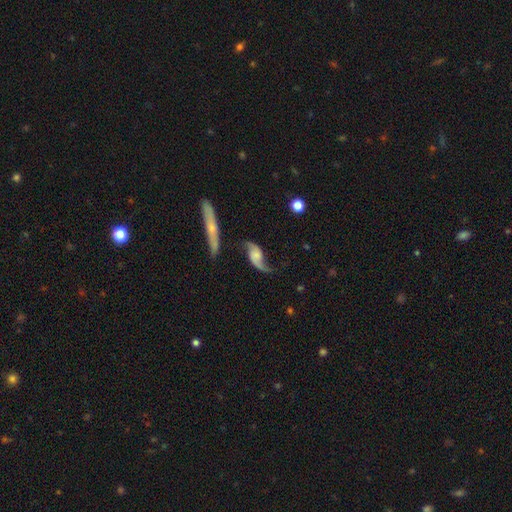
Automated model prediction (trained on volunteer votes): Overall: featured or disk (84%). Edge-on disk: no (93%). Bar: no (62%; weak 31%). Spiral arms: yes (96%). Spiral arm count: 2 (90%). Spiral winding: loose (85%). Bulge size: none (38%; small 29%). Merging: none (62%).